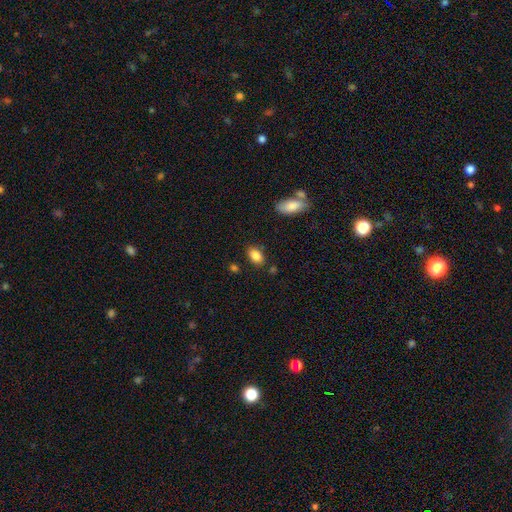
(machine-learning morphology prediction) Overall: smooth (86%). How rounded: in between (88%). Merging: none (82%).